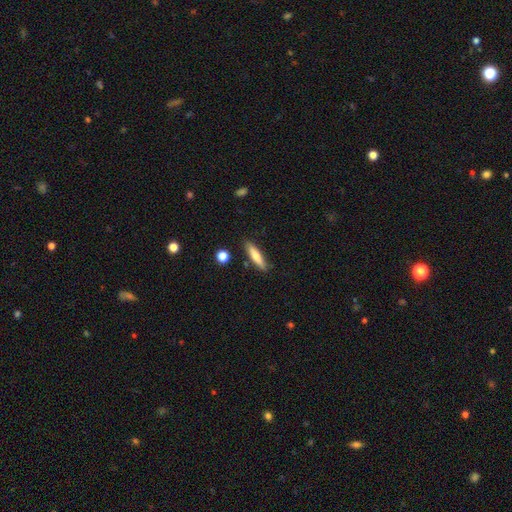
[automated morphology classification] Smooth or featured?
  - smooth: 69% *
  - featured or disk: 24%
  - star or artifact: 6%
How rounded?
  - cigar-shaped: 80% *
  - in between: 18%
  - round: 2%
Merging?
  - none: 84% *
  - minor disturbance: 11%
  - merger: 3%
  - major disturbance: 2%